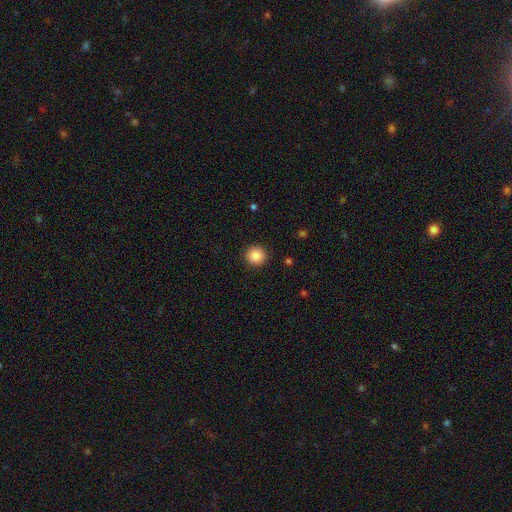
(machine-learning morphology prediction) A smooth galaxy with no disk features (88%) that is round (93%).

Vote fractions:
- Smooth or featured? smooth: 88% / star or artifact: 9% / featured or disk: 3%
- How rounded? round: 93% / in between: 6% / cigar-shaped: 1%
- Merging? none: 92% / minor disturbance: 5% / major disturbance: 2% / merger: 1%